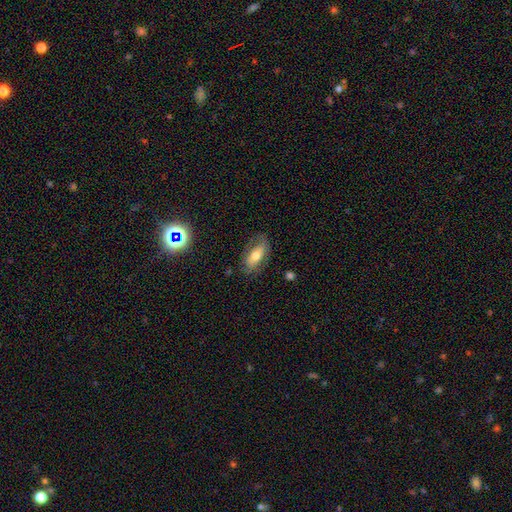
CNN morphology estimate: smooth_or_featured: smooth (p=0.56) [alt: featured or disk p=0.35]
how_rounded: in between (p=0.82) [alt: cigar-shaped p=0.14]
merging: none (p=0.72) [alt: minor disturbance p=0.19]